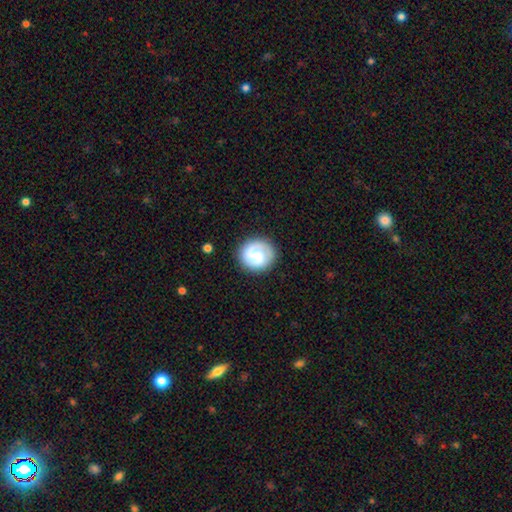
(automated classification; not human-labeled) Smooth or featured? smooth (54%)
How rounded? round (84%)
Merging? none (80%)